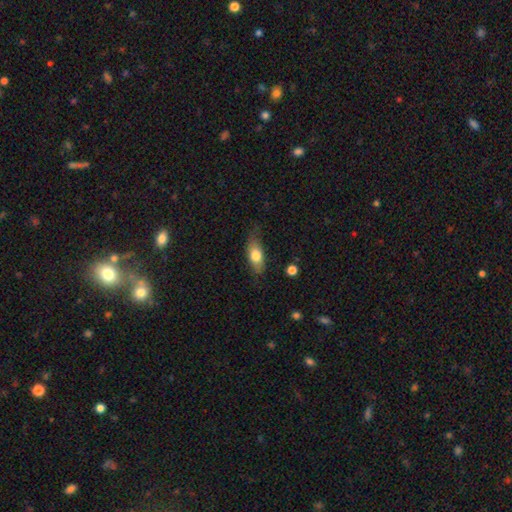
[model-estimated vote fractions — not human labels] Q: Smooth or featured?
A: smooth (74%); runner-up: featured or disk (19%)
Q: How rounded?
A: in between (79%); runner-up: cigar-shaped (17%)
Q: Merging?
A: none (69%); runner-up: minor disturbance (23%)